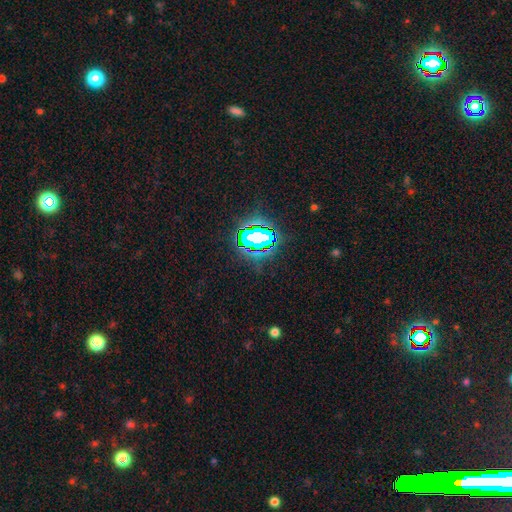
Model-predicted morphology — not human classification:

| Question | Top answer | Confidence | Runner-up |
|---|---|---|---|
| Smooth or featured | star or artifact | 79% | smooth (14%) |